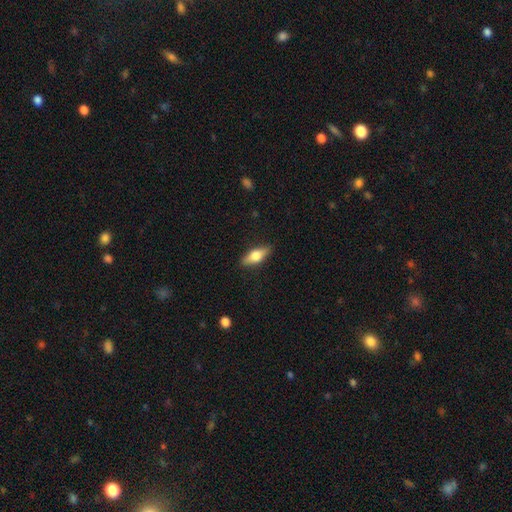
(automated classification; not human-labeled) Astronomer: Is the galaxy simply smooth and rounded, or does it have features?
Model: smooth — 59% (runner-up: featured or disk, 35%).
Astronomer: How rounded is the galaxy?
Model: in between — 66%.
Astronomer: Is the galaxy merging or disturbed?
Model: none — 87%.